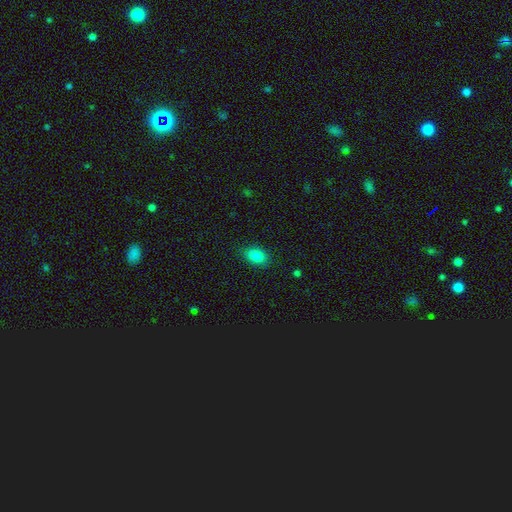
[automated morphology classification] Smooth or featured?
  - smooth: 85% *
  - star or artifact: 9%
  - featured or disk: 5%
How rounded?
  - in between: 86% *
  - round: 12%
  - cigar-shaped: 3%
Merging?
  - none: 85% *
  - minor disturbance: 11%
  - major disturbance: 3%
  - merger: 1%